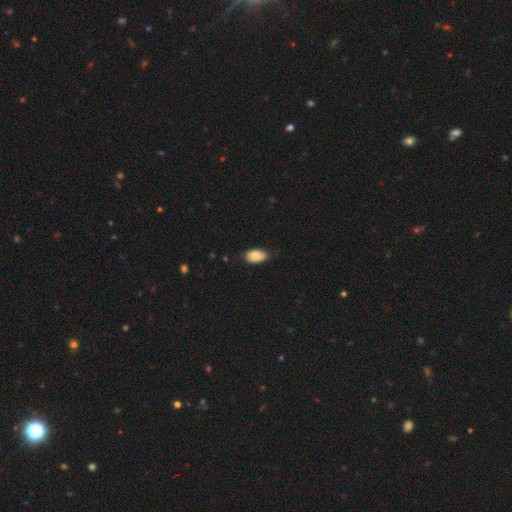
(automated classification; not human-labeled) Smooth or featured?
  - smooth: 85% *
  - featured or disk: 8%
  - star or artifact: 7%
How rounded?
  - in between: 94% *
  - round: 5%
  - cigar-shaped: 2%
Merging?
  - none: 75% *
  - minor disturbance: 21%
  - major disturbance: 3%
  - merger: 1%